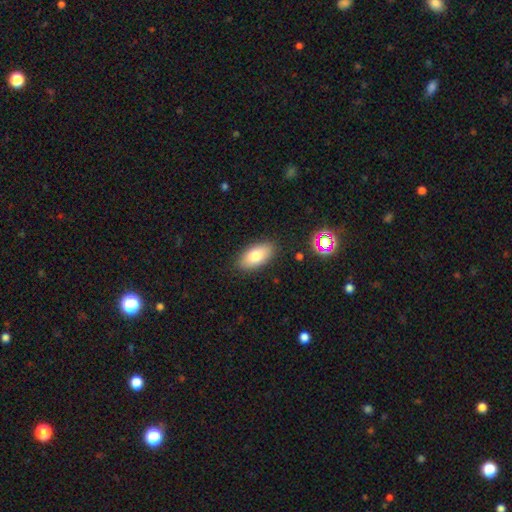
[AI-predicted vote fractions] smooth-or-featured: smooth: 79% | featured or disk: 13% | star or artifact: 8%
  how-rounded: in between: 92% | cigar-shaped: 4% | round: 3%
  merging: none: 86% | minor disturbance: 10% | major disturbance: 2% | merger: 2%